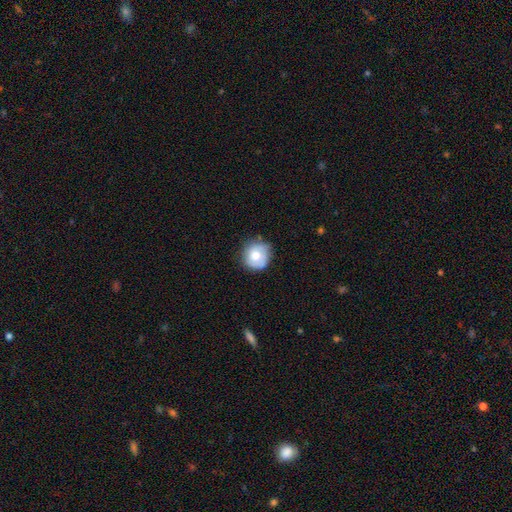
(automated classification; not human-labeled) Q: Smooth or featured?
A: smooth (67%); runner-up: featured or disk (25%)
Q: How rounded?
A: round (89%); runner-up: in between (10%)
Q: Merging?
A: none (67%); runner-up: minor disturbance (25%)